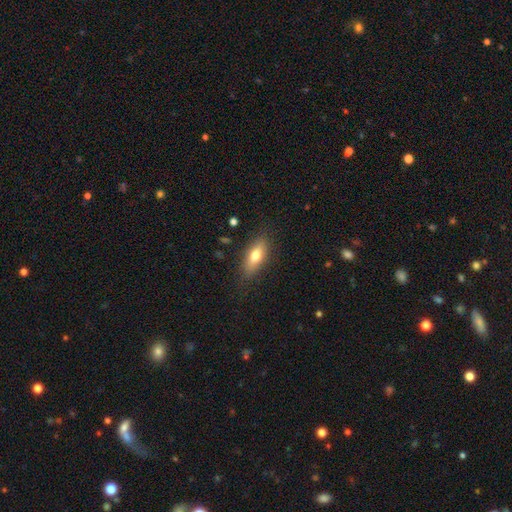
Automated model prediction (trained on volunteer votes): A smooth galaxy with no disk features (71%) that is in between round and cigar-shaped (72%). Merging: none (82%).